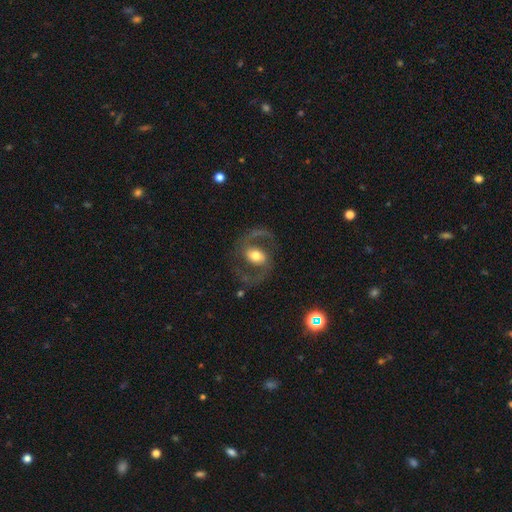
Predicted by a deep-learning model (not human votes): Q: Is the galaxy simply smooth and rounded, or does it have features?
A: featured or disk — 85%.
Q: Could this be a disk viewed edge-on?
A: no — 97%.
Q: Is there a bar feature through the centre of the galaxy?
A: weak — 40%.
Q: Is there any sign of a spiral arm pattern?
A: yes — 94%.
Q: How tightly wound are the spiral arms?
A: medium — 61%.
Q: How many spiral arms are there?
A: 2 — 93%.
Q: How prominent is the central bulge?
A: moderate — 66%.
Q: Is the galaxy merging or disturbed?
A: none — 78%.